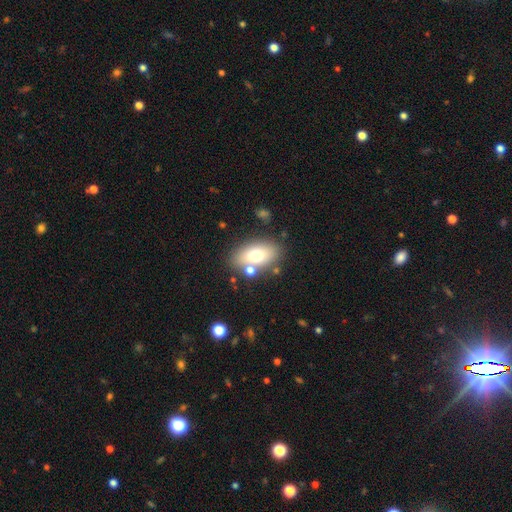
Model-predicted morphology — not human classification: Smooth or featured: smooth — 71% (featured or disk — 20%)
How rounded: in between — 88% (round — 9%)
Merging: none — 73% (minor disturbance — 13%)